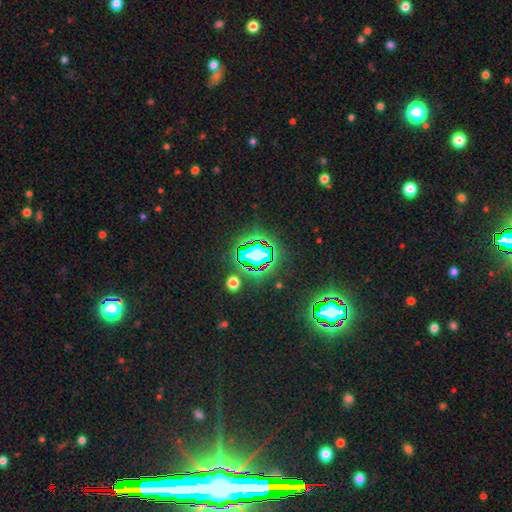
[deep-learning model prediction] star or artifact 67%, smooth 22%, featured or disk 11%.